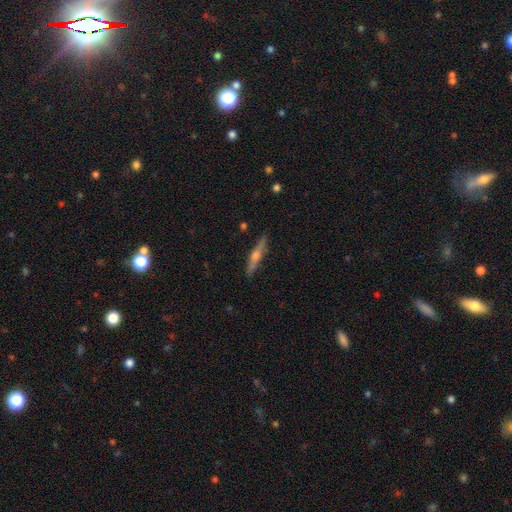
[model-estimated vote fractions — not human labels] smooth-or-featured: featured or disk: 67% | smooth: 27% | star or artifact: 6%
  disk-edge-on: yes: 97% | no: 3%
    edge-on-bulge: rounded: 91% | none: 5% | boxy: 4%
  merging: none: 90% | minor disturbance: 7% | major disturbance: 2% | merger: 1%